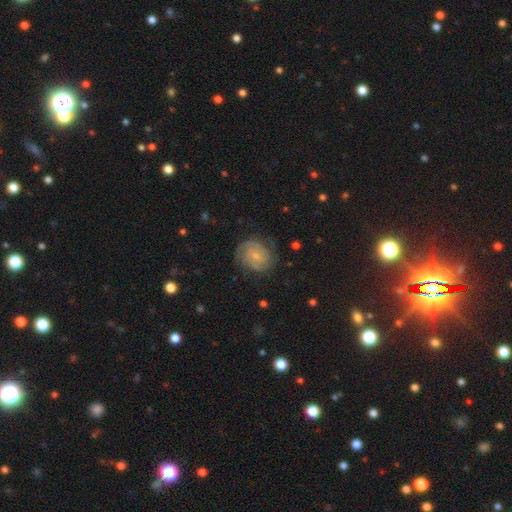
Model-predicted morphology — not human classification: Q: Smooth or featured?
A: featured or disk (74%); runner-up: smooth (19%)
Q: Edge-on disk?
A: no (98%); runner-up: yes (2%)
Q: Bar?
A: no (69%); runner-up: weak (27%)
Q: Spiral arms?
A: yes (93%); runner-up: no (7%)
Q: Spiral winding?
A: tight (60%); runner-up: medium (31%)
Q: Spiral arm count?
A: can't tell (30%); runner-up: 2 (28%)
Q: Bulge size?
A: small (74%); runner-up: moderate (17%)
Q: Merging?
A: none (73%); runner-up: minor disturbance (17%)